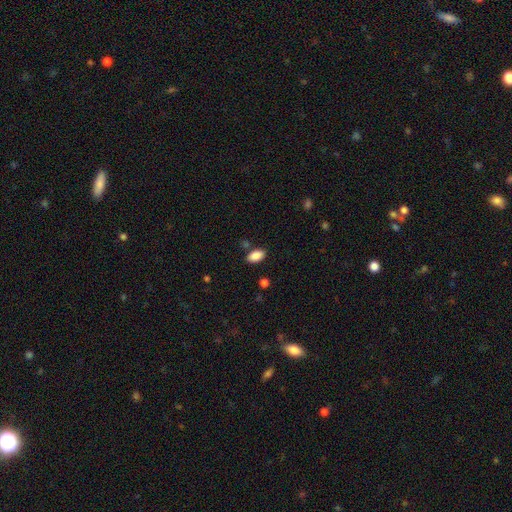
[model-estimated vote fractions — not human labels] This appears to be a smooth galaxy with no disk features (88%) that is in between round and cigar-shaped (93%). Merging: none (82%).